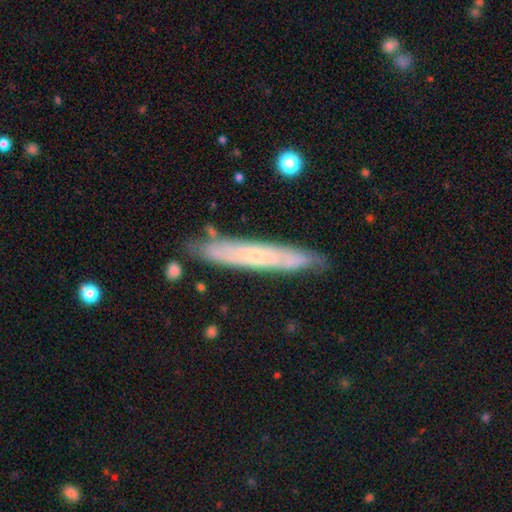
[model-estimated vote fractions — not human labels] A featured or disk galaxy (60%) viewed edge-on (66%).

Vote fractions:
- Smooth or featured? featured or disk: 60% / smooth: 34% / star or artifact: 6%
- Edge-on disk? yes: 66% / no: 34%
- Merging? none: 80% / minor disturbance: 14% / merger: 3% / major disturbance: 3%